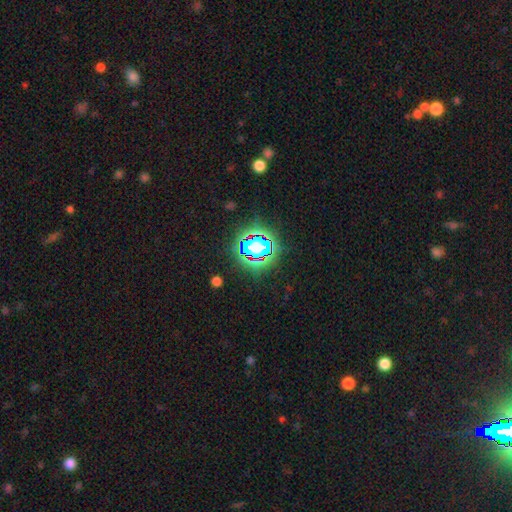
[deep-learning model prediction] Smooth or featured: star or artifact — 80% (smooth — 13%)